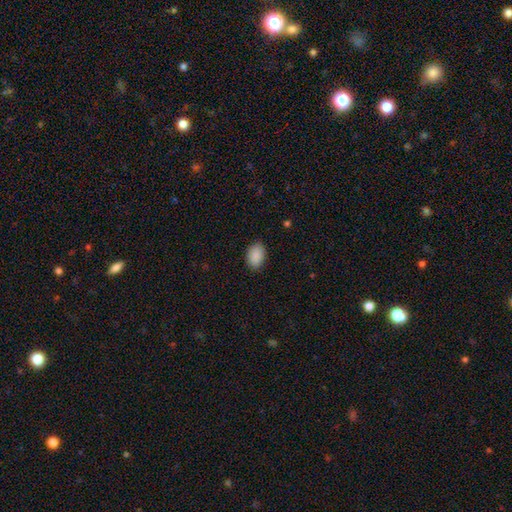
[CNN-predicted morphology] A smooth galaxy with no disk features (90%) that is in between round and cigar-shaped (89%). Merging: none (86%).